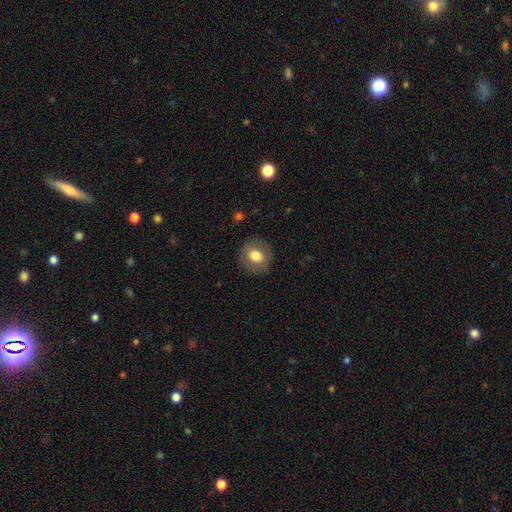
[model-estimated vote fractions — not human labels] Q: Smooth or featured?
A: smooth (70%); runner-up: featured or disk (22%)
Q: How rounded?
A: round (76%); runner-up: in between (23%)
Q: Merging?
A: none (86%); runner-up: minor disturbance (9%)